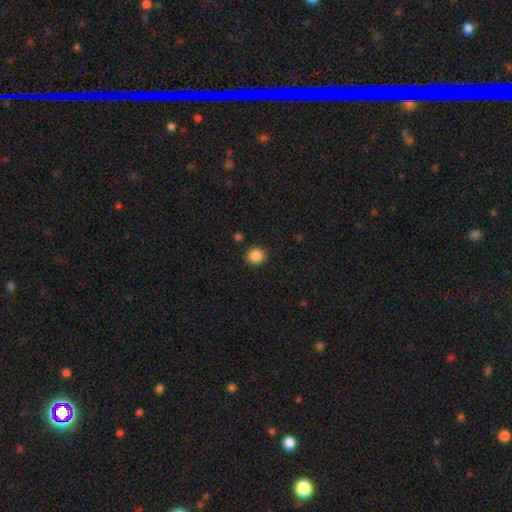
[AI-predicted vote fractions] Smooth or featured? Predicted: smooth (p=0.87). How rounded? Predicted: round (p=0.90). Merging? Predicted: none (p=0.90).